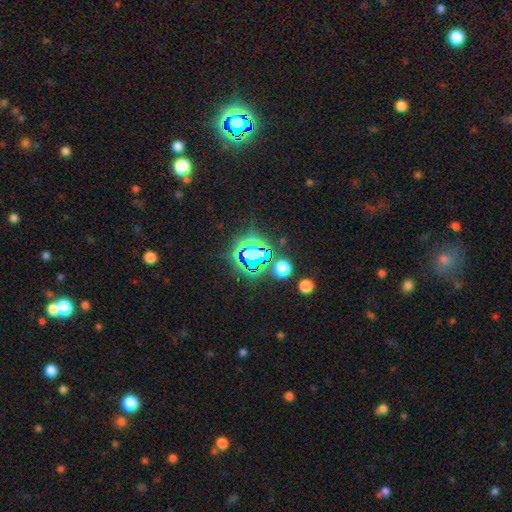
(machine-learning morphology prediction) Smooth or featured? Predicted: star or artifact (p=0.70).